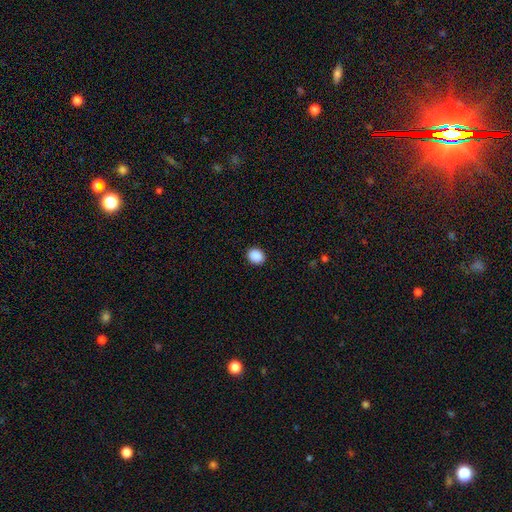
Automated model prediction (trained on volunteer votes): A smooth galaxy with no disk features (90%) that is round (57%). Merging: none (91%).